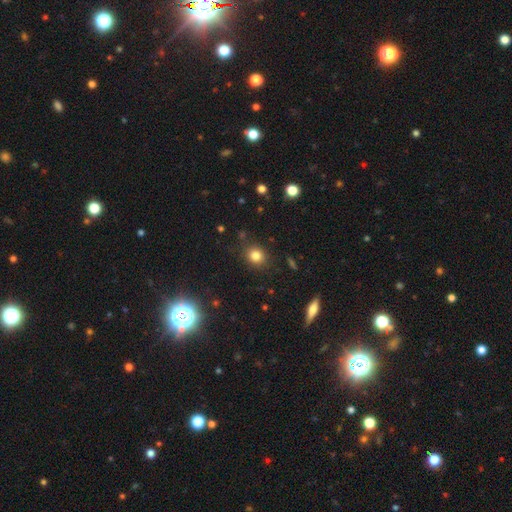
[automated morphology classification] Smooth or featured?
  - smooth: 81% *
  - star or artifact: 13%
  - featured or disk: 6%
How rounded?
  - round: 76% *
  - in between: 23%
  - cigar-shaped: 1%
Merging?
  - none: 86% *
  - minor disturbance: 9%
  - major disturbance: 3%
  - merger: 2%